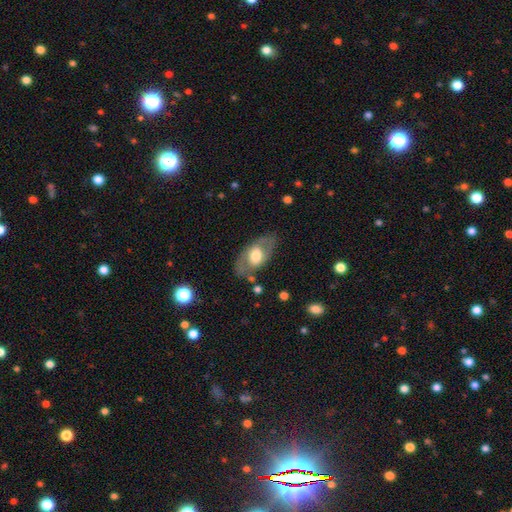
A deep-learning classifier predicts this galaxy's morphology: Smooth or featured?
  - featured or disk: 49% *
  - smooth: 45%
  - star or artifact: 6%
Merging?
  - none: 74% *
  - minor disturbance: 16%
  - major disturbance: 7%
  - merger: 3%